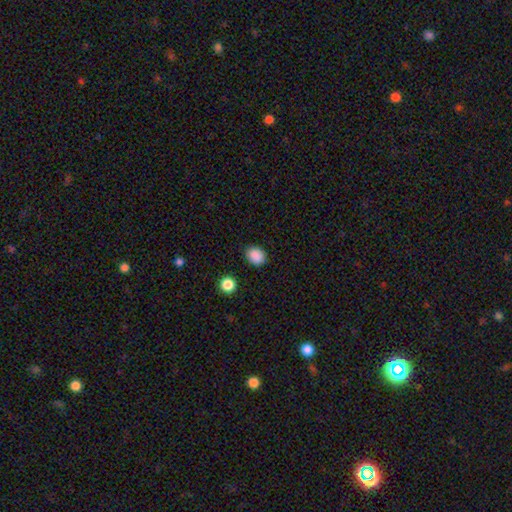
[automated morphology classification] smooth 88%, star or artifact 9%, featured or disk 3%. Down the decision tree: how rounded — round (53%); merging — none (87%).